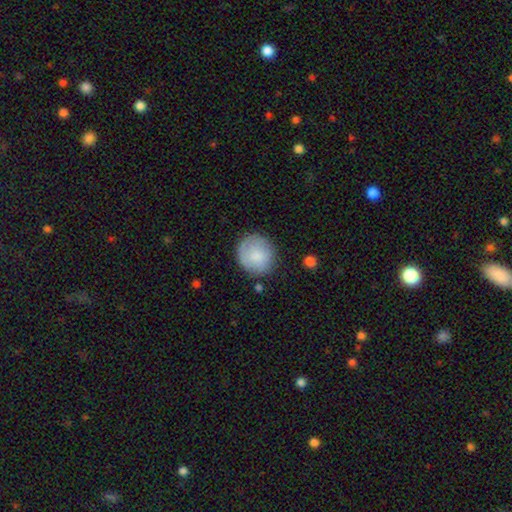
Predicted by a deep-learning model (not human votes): Smooth or featured: smooth — 78% (featured or disk — 15%)
How rounded: round — 91% (in between — 8%)
Merging: none — 76% (minor disturbance — 16%)